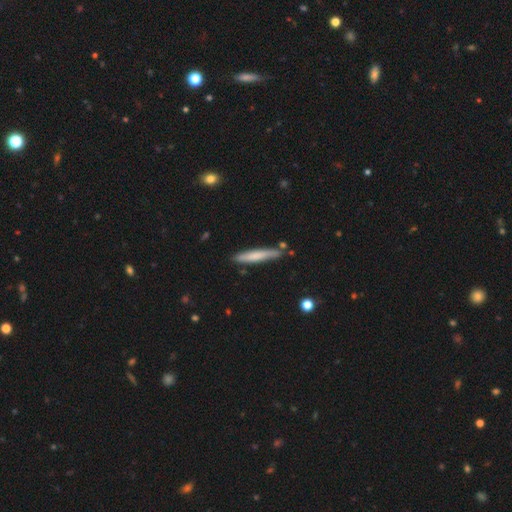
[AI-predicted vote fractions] A smooth galaxy with no disk features (68%) that is cigar-shaped (93%). Merging: none (79%).